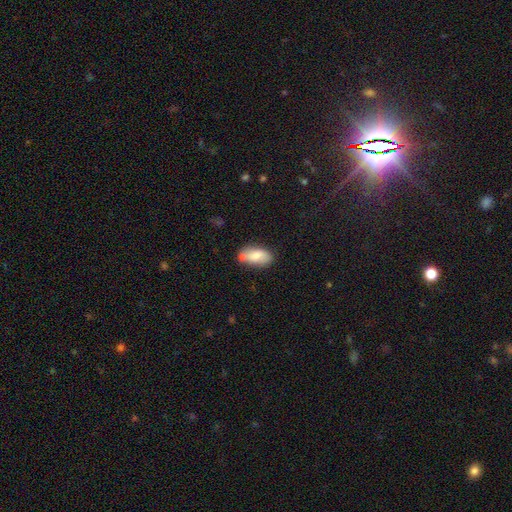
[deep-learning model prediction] Smooth or featured? Predicted: smooth (p=0.75). How rounded? Predicted: in between (p=0.91). Merging? Predicted: none (p=0.63).